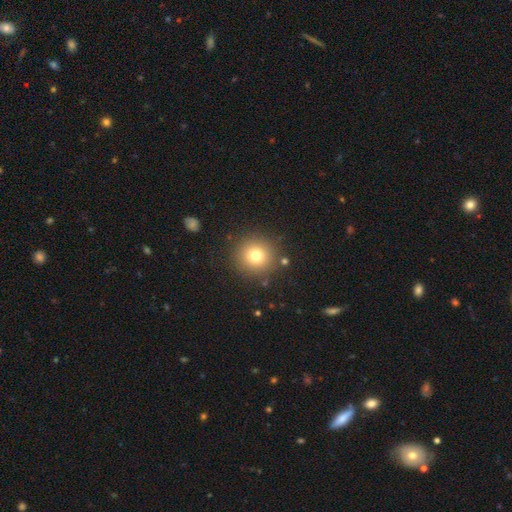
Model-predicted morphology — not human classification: This is likely a smooth galaxy (76%). How rounded: clearly round (94%). Merging: clearly none (88%).